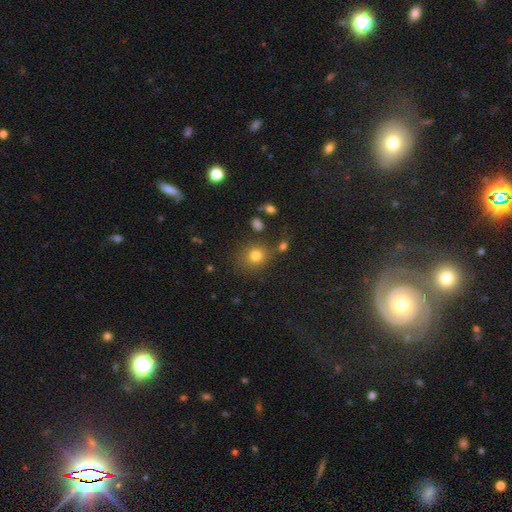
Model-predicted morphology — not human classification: A smooth galaxy with no disk features (78%) that is round (82%). Merging: none (76%).